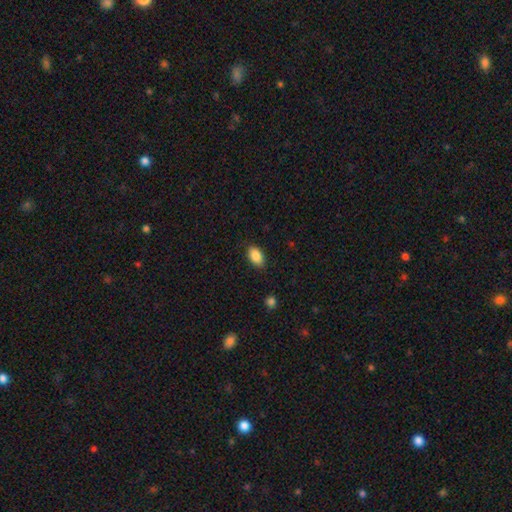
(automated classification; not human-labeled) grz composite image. It shows a smooth galaxy with no disk features (87%) that is in between round and cigar-shaped (91%). Merging: none (87%).